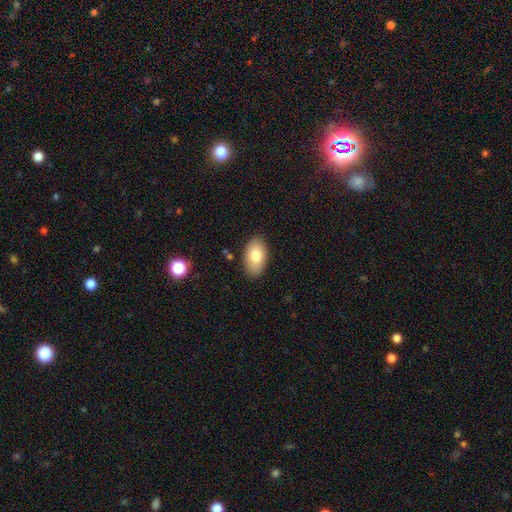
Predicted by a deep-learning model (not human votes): Smooth or featured? Predicted: smooth (p=0.80). How rounded? Predicted: in between (p=0.94). Merging? Predicted: none (p=0.86).